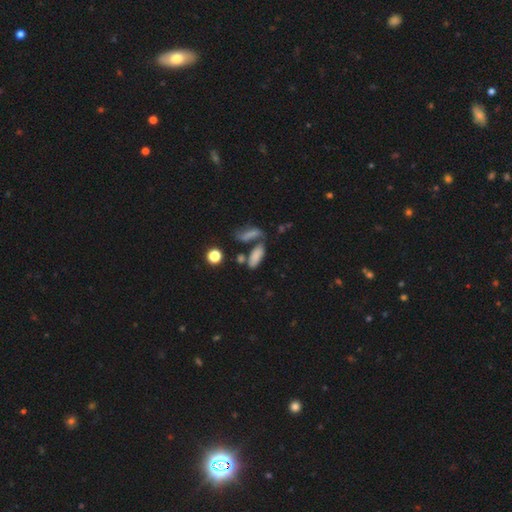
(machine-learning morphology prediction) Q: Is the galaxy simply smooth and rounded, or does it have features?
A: smooth — 76%.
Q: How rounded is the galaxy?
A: in between — 68%.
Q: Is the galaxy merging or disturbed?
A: none — 49%.